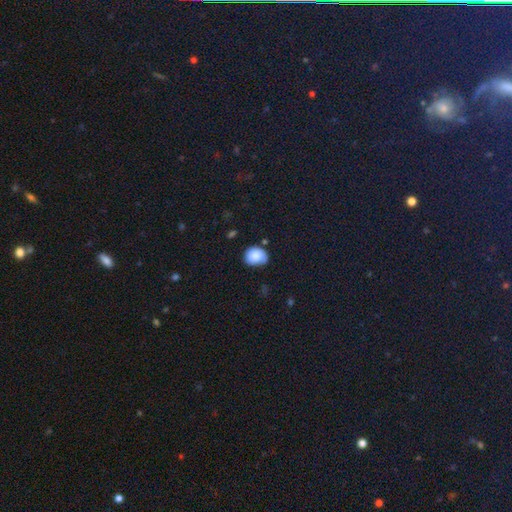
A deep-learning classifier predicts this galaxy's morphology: This appears to be a smooth galaxy with no disk features (83%) that is round (56%). Merging: none (61%).